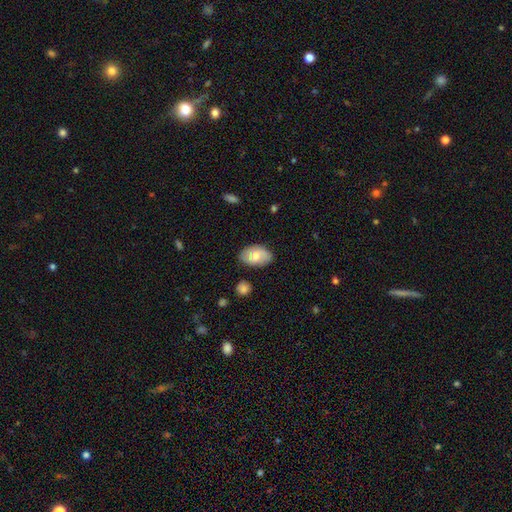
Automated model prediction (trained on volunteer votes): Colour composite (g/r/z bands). It shows a smooth galaxy with no disk features (69%) that is in between round and cigar-shaped (91%). Merging: none (77%).